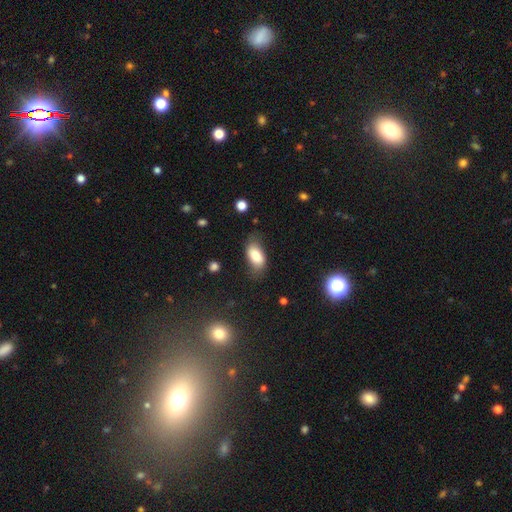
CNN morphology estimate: Smooth or featured? smooth (78%)
How rounded? in between (91%)
Merging? none (65%)